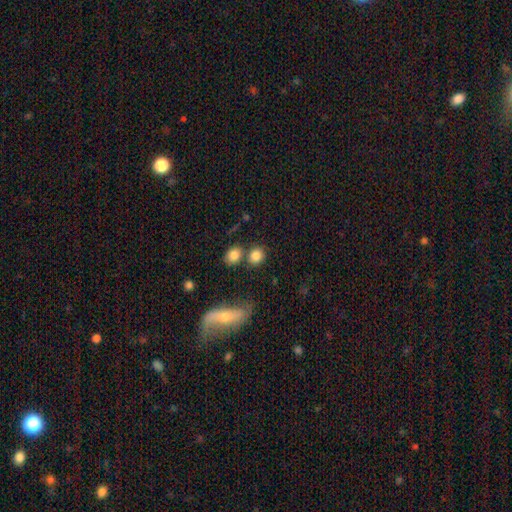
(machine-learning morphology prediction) Q: Smooth or featured?
A: smooth (83%); runner-up: star or artifact (10%)
Q: How rounded?
A: round (70%); runner-up: in between (28%)
Q: Merging?
A: none (64%); runner-up: merger (22%)